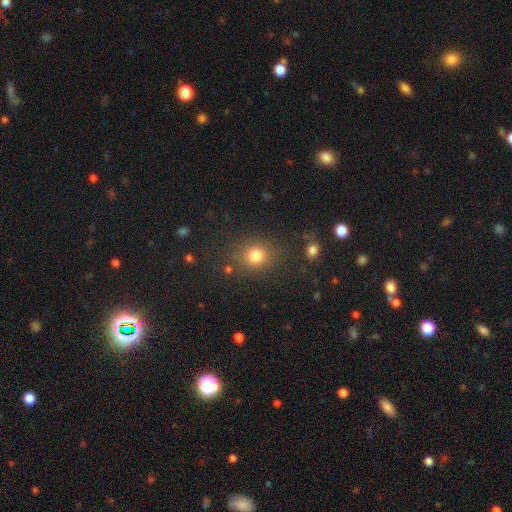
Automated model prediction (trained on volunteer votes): Overall: smooth (79%). How rounded: round (72%). Merging: none (79%).